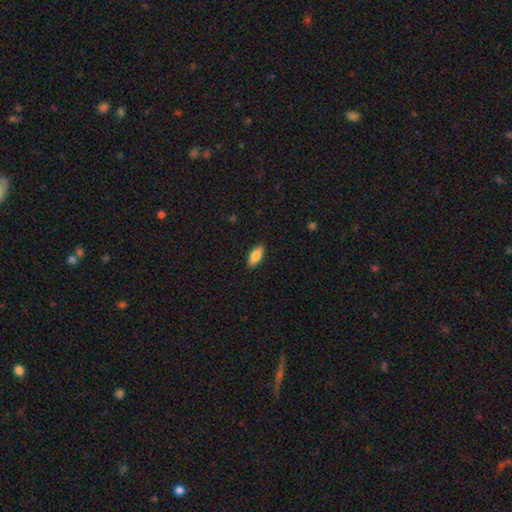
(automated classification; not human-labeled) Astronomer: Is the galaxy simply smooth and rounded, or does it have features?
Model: smooth — 82%.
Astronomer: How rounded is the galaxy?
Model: in between — 80%.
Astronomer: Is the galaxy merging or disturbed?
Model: none — 89%.